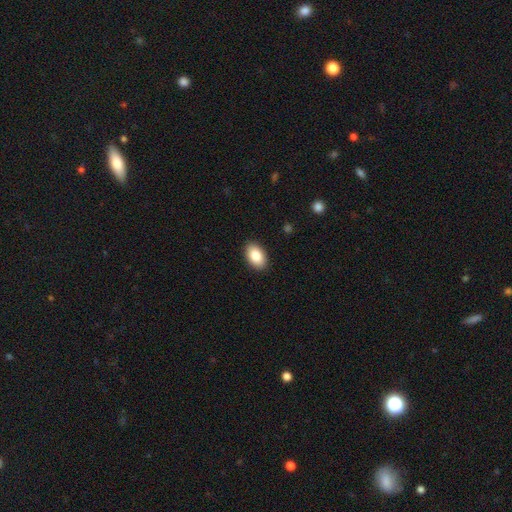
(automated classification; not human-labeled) smooth_or_featured: smooth (p=0.87) [alt: star or artifact p=0.07]
how_rounded: in between (p=0.92) [alt: round p=0.07]
merging: none (p=0.90) [alt: minor disturbance p=0.07]